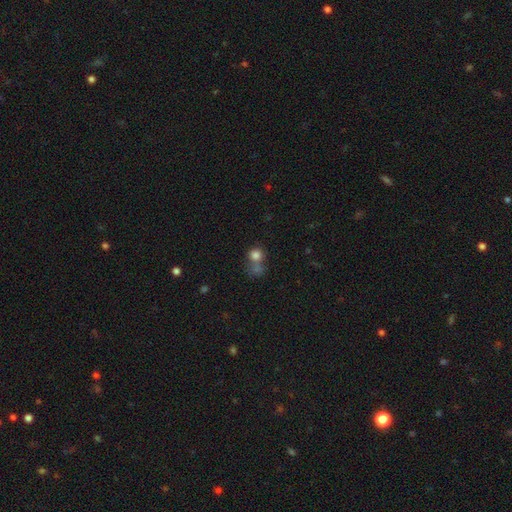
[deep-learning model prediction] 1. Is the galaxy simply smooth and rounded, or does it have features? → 78% smooth, 13% star or artifact, 9% featured or disk.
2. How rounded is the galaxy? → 78% round, 21% in between, 1% cigar-shaped.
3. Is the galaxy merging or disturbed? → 39% merger, 38% none, 12% minor disturbance, 10% major disturbance.